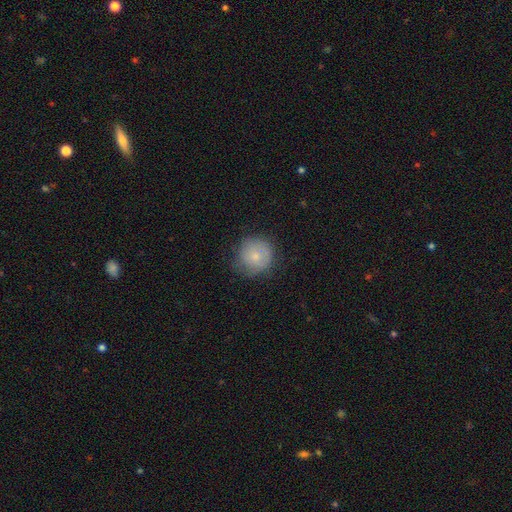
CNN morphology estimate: A smooth galaxy with no disk features (74%) that is round (92%).

Vote fractions:
- Smooth or featured? smooth: 74% / featured or disk: 18% / star or artifact: 8%
- How rounded? round: 92% / in between: 7% / cigar-shaped: 1%
- Merging? none: 68% / minor disturbance: 23% / major disturbance: 7% / merger: 1%